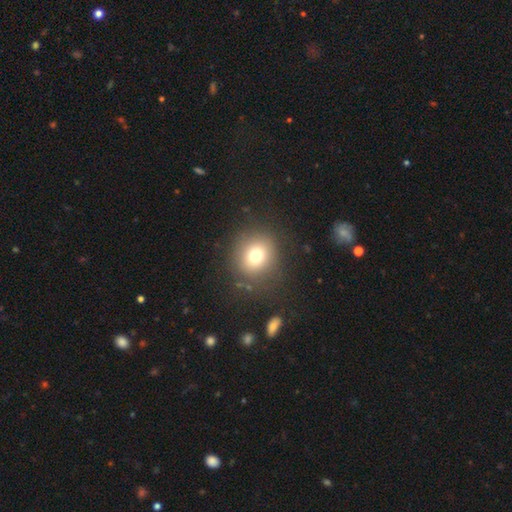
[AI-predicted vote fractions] Smooth or featured: smooth — 74% (star or artifact — 15%)
How rounded: round — 87% (in between — 12%)
Merging: none — 85% (minor disturbance — 8%)